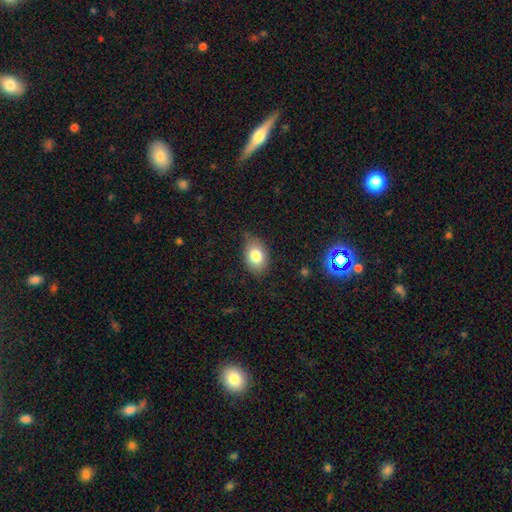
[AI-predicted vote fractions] The model was most divided on "merging": none: 77%, minor disturbance: 18%, major disturbance: 3%, merger: 1%. More confident: how rounded — in between (81%); smooth or featured — smooth (80%).